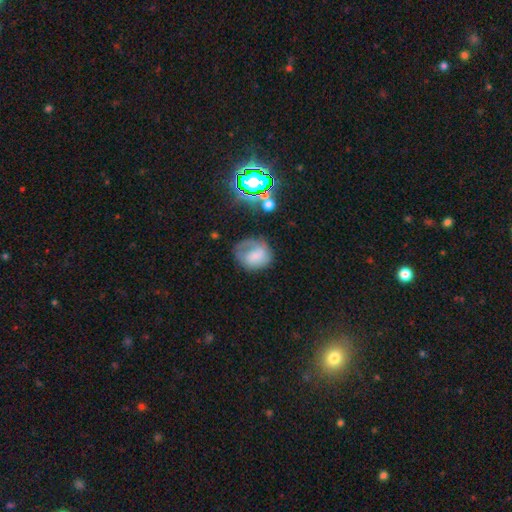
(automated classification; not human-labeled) Smooth or featured?
  - smooth: 57% *
  - featured or disk: 32%
  - star or artifact: 11%
How rounded?
  - round: 59% *
  - in between: 40%
  - cigar-shaped: 1%
Merging?
  - none: 47% *
  - minor disturbance: 29%
  - major disturbance: 21%
  - merger: 3%